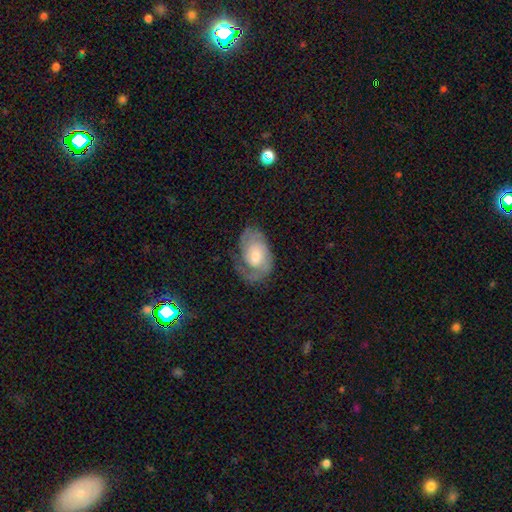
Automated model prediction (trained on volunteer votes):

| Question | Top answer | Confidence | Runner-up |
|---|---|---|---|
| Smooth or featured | featured or disk | 76% | smooth (18%) |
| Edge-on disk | no | 96% | yes (4%) |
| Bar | no | 64% | weak (30%) |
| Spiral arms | yes | 93% | no (7%) |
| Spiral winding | tight | 53% | medium (35%) |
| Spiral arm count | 2 | 53% | can't tell (20%) |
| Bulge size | moderate | 48% | small (40%) |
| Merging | none | 66% | minor disturbance (21%) |